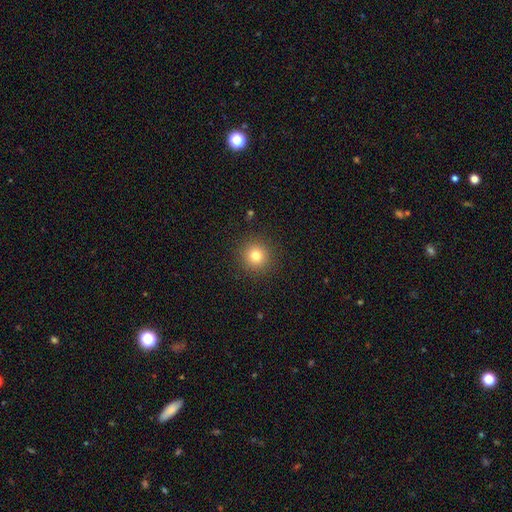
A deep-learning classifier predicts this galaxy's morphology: smooth 79%, star or artifact 13%, featured or disk 7%. Down the decision tree: how rounded — round (95%); merging — none (91%).